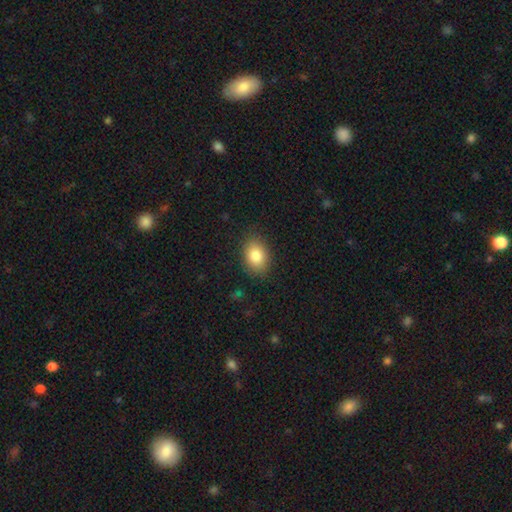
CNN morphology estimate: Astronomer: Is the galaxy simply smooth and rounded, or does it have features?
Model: smooth — 85%.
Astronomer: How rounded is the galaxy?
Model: in between — 77%.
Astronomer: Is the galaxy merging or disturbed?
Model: none — 84%.